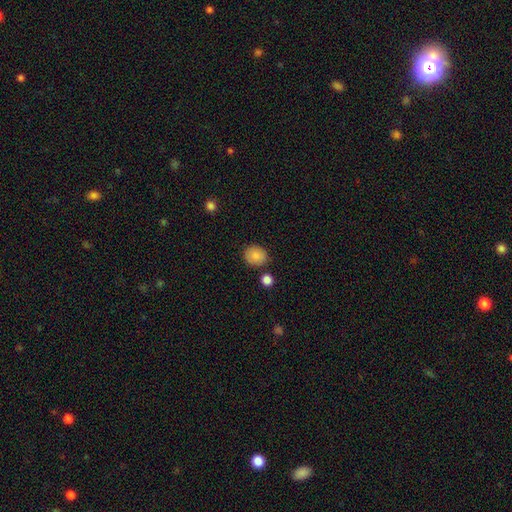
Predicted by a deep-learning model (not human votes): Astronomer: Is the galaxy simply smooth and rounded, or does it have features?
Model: smooth — 87%.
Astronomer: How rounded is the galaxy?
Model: round — 72%.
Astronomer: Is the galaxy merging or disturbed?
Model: none — 82%.